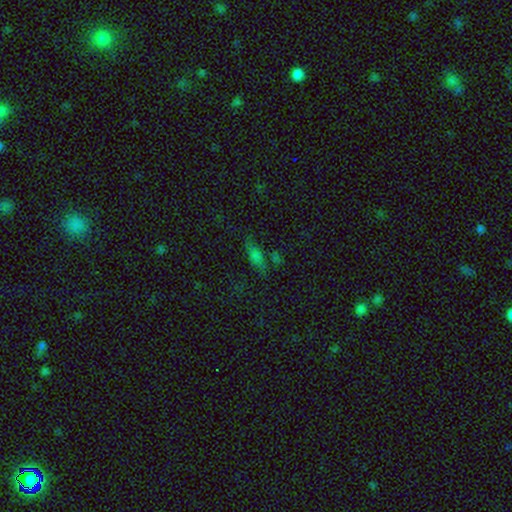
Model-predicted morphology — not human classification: This appears to be a smooth galaxy with no disk features (59%) that is in between round and cigar-shaped (66%). Merging: none (66%).